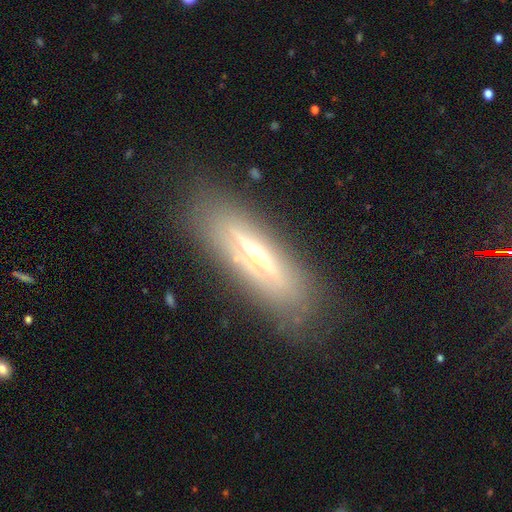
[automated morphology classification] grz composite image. It shows a featured or disk galaxy (69%) viewed edge-on (77%) with a rounded central bulge (86%). Merging: none (80%).